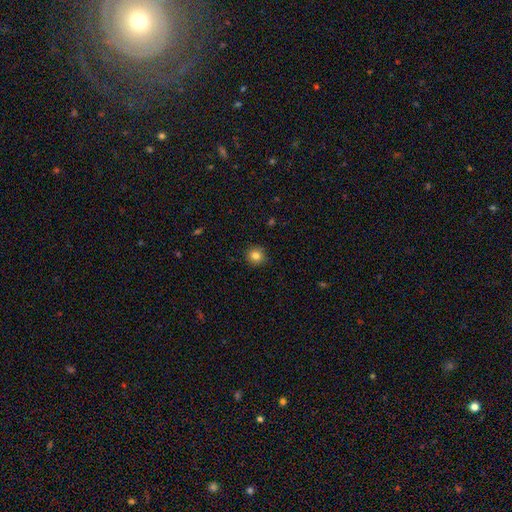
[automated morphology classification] smooth-or-featured: smooth: 83% | star or artifact: 11% | featured or disk: 6%
  how-rounded: round: 93% | in between: 6% | cigar-shaped: 1%
  merging: none: 91% | minor disturbance: 6% | major disturbance: 2% | merger: 1%